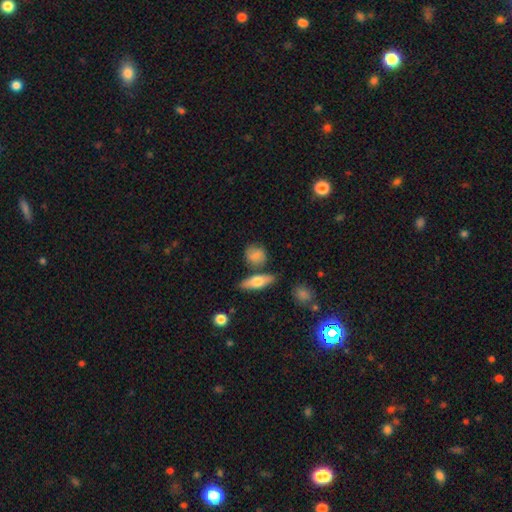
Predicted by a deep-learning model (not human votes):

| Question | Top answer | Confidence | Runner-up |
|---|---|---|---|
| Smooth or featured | smooth | 76% | featured or disk (16%) |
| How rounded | round | 61% | in between (33%) |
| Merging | none | 70% | minor disturbance (17%) |